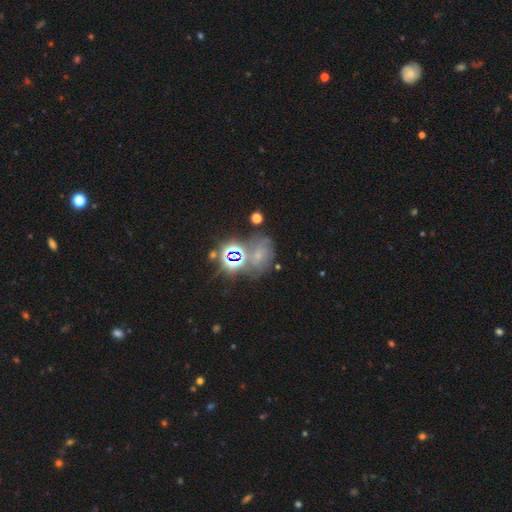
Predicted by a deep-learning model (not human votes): Morphology: type=star or artifact (56%).